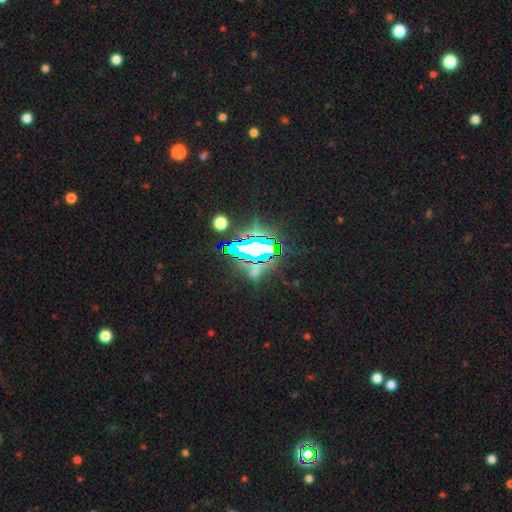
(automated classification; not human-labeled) This is likely a star or artifact rather than a galaxy (73%).